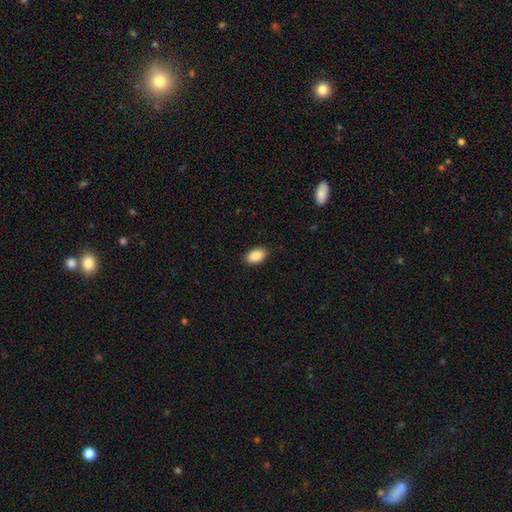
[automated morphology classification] The model was most divided on "merging": none: 88%, minor disturbance: 9%, major disturbance: 2%, merger: 1%. More confident: how rounded — in between (93%); smooth or featured — smooth (89%).